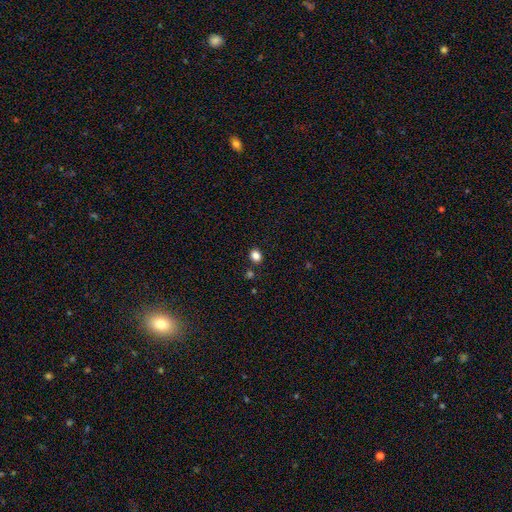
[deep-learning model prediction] This is clearly a smooth galaxy (84%). How rounded: possibly round (55%). Merging: clearly none (84%).